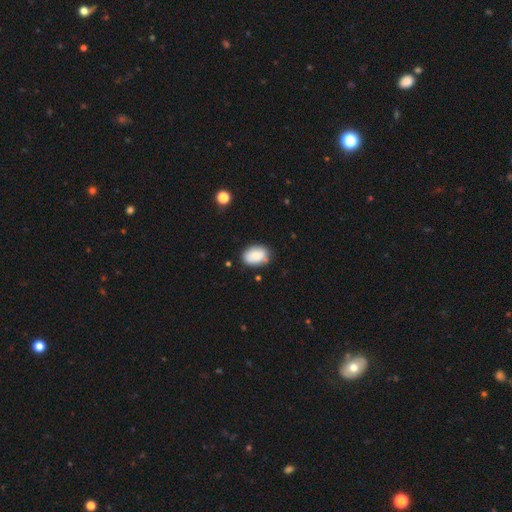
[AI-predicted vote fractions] A smooth galaxy with no disk features (82%) that is in between round and cigar-shaped (85%). Merging: none (75%).